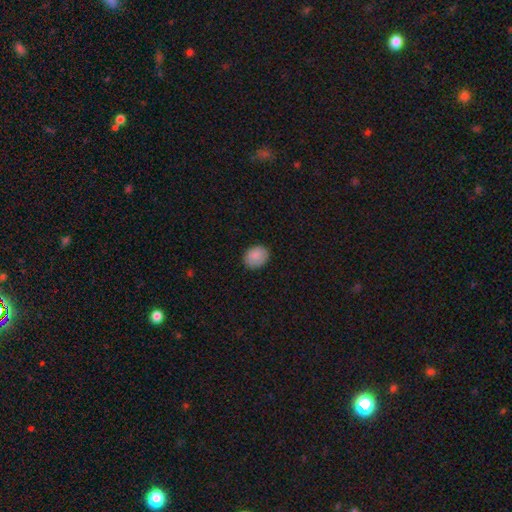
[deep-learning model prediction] smooth-or-featured: smooth: 88% | star or artifact: 8% | featured or disk: 4%
  how-rounded: round: 52% | in between: 47% | cigar-shaped: 1%
  merging: none: 85% | minor disturbance: 12% | major disturbance: 2% | merger: 1%